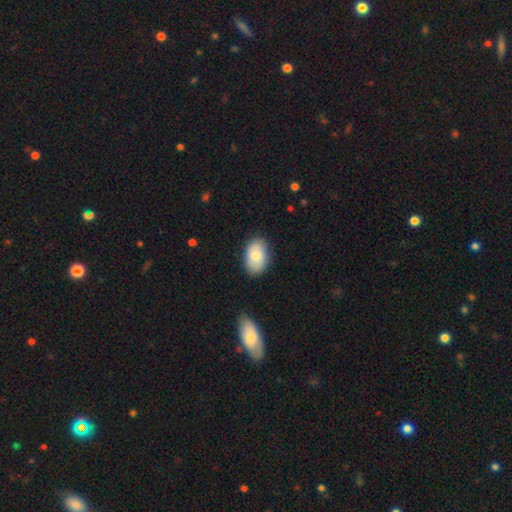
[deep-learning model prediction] The model was most divided on "smooth or featured": smooth: 77%, featured or disk: 17%, star or artifact: 6%. More confident: how rounded — in between (90%); merging — none (83%).